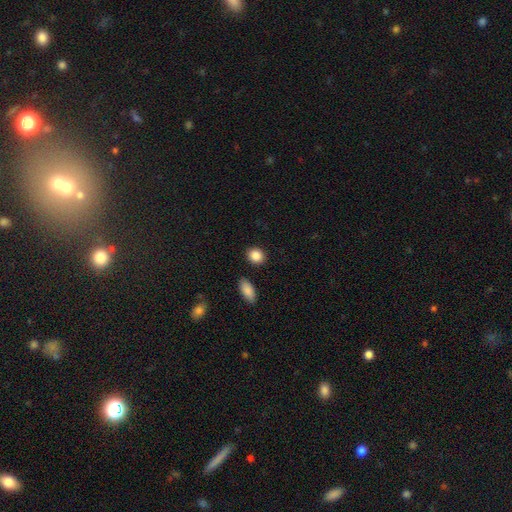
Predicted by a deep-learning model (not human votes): Smooth or featured? Predicted: smooth (p=0.88). How rounded? Predicted: round (p=0.65). Merging? Predicted: none (p=0.87).